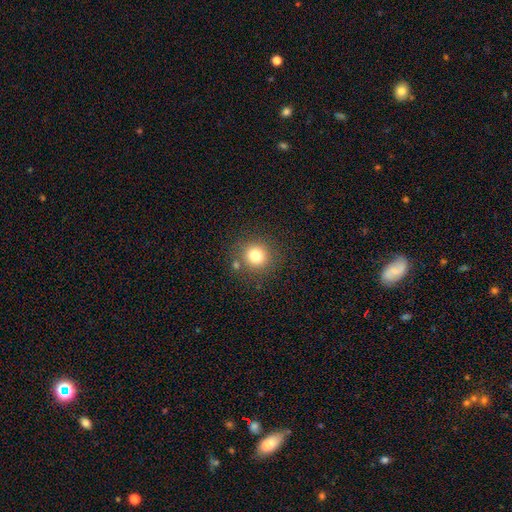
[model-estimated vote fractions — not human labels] smooth_or_featured: smooth (p=0.78) [alt: star or artifact p=0.14]
how_rounded: round (p=0.92) [alt: in between p=0.07]
merging: none (p=0.80) [alt: minor disturbance p=0.09]